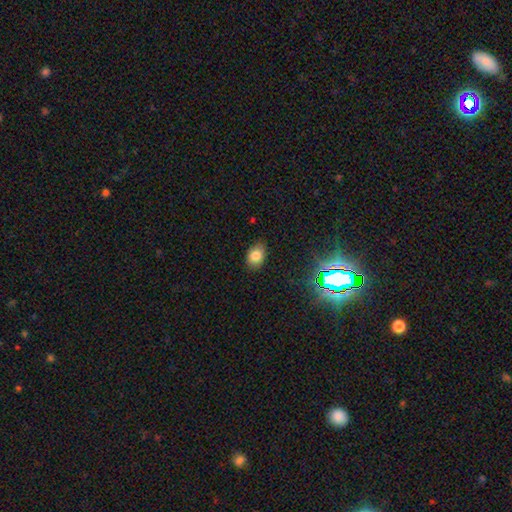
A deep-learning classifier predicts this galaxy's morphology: Overall: smooth (81%). How rounded: in between (72%). Merging: none (82%).